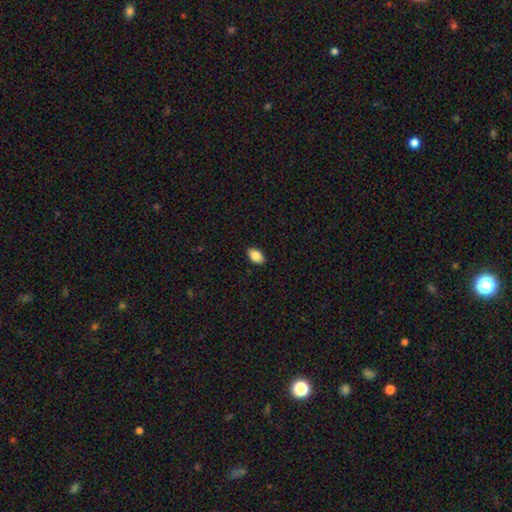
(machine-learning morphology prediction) smooth 85%, star or artifact 8%, featured or disk 7%. Down the decision tree: how rounded — in between (91%); merging — none (88%).